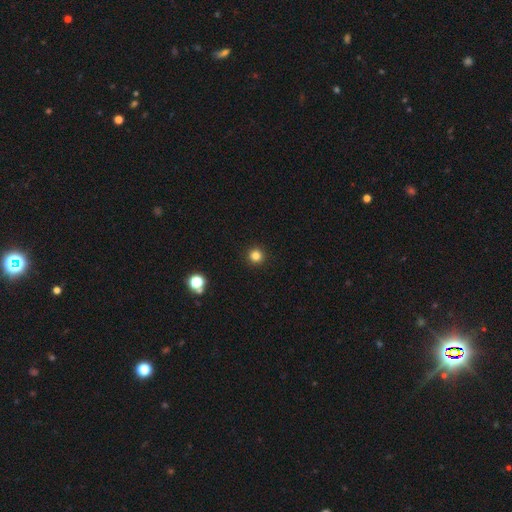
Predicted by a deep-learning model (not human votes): smooth-or-featured: smooth: 82% | star or artifact: 14% | featured or disk: 4%
  how-rounded: round: 95% | in between: 4% | cigar-shaped: 1%
  merging: none: 93% | minor disturbance: 4% | major disturbance: 2% | merger: 1%